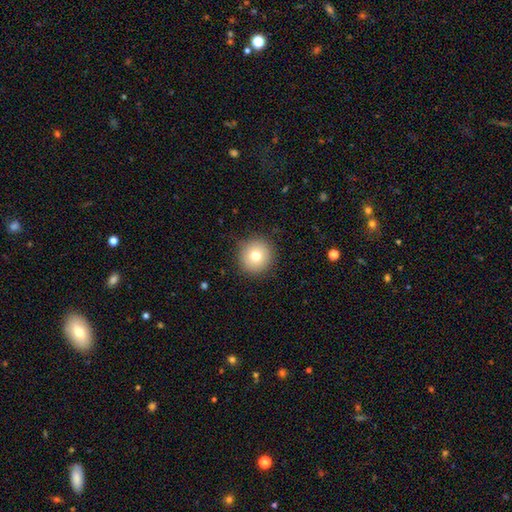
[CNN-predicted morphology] type=smooth (75%); roundness=round (96%); merging=none (90%).